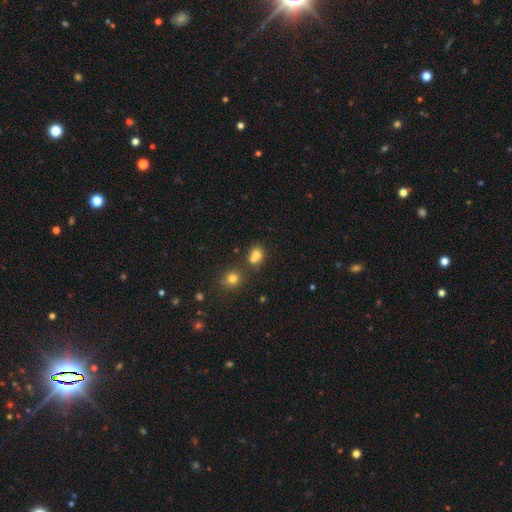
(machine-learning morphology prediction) This appears to be a smooth galaxy with no disk features (74%) that is round (67%). Merging: merger (47%).